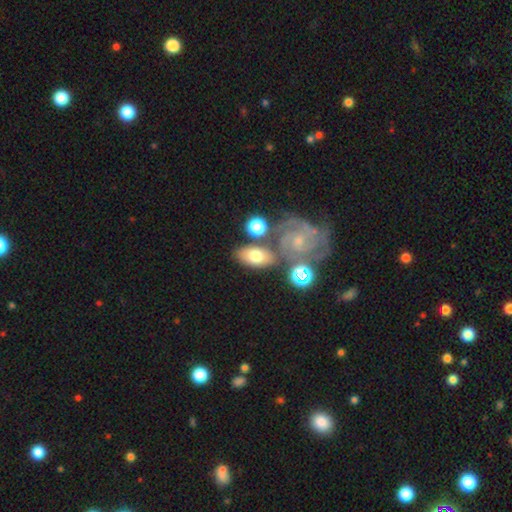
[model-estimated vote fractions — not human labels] smooth-or-featured: smooth: 52% | featured or disk: 39% | star or artifact: 9%
  how-rounded: in between: 87% | round: 10% | cigar-shaped: 4%
  merging: none: 62% | merger: 17% | minor disturbance: 15% | major disturbance: 6%